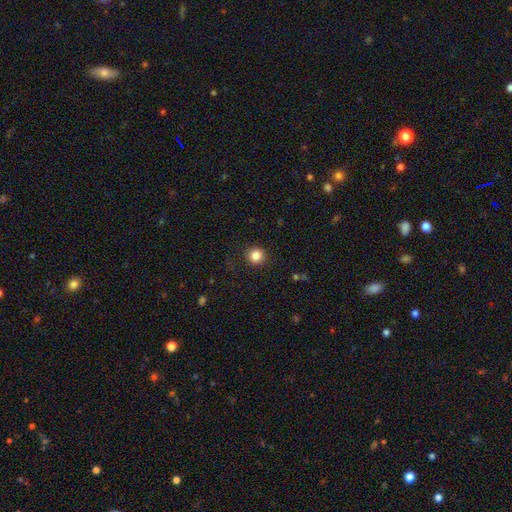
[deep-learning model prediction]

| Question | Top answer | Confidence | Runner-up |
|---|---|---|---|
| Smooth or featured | smooth | 85% | star or artifact (11%) |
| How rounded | round | 92% | in between (7%) |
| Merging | none | 90% | minor disturbance (7%) |